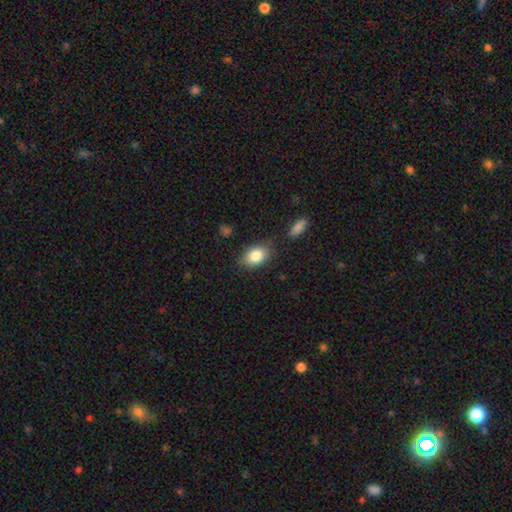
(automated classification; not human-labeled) The model was most divided on "merging": none: 79%, minor disturbance: 14%, major disturbance: 4%, merger: 3%. More confident: how rounded — in between (84%); smooth or featured — smooth (84%).